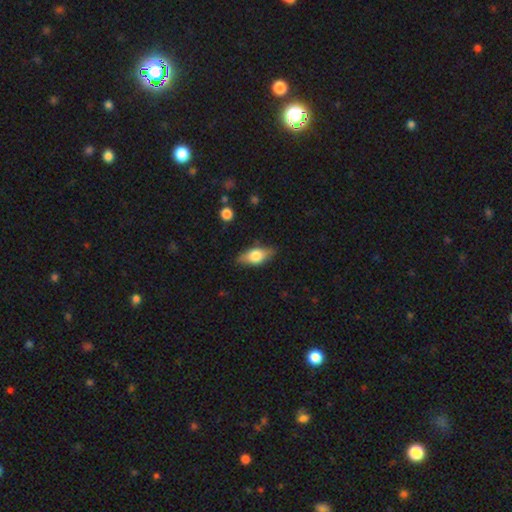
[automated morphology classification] Q: Smooth or featured?
A: smooth (64%); runner-up: featured or disk (29%)
Q: How rounded?
A: in between (82%); runner-up: cigar-shaped (13%)
Q: Merging?
A: none (82%); runner-up: minor disturbance (14%)